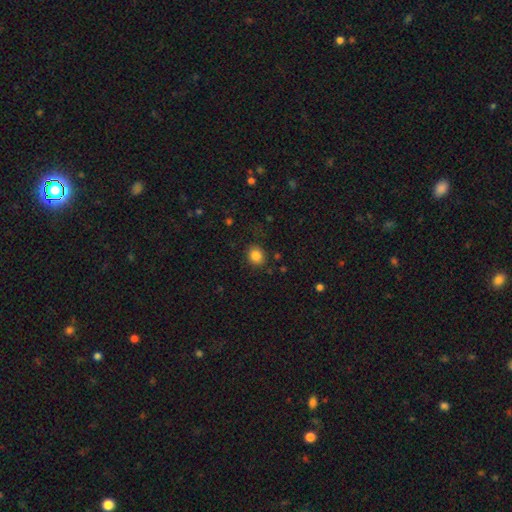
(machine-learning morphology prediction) A smooth galaxy with no disk features (84%) that is round (66%).

Vote fractions:
- Smooth or featured? smooth: 84% / star or artifact: 11% / featured or disk: 5%
- How rounded? round: 66% / in between: 33% / cigar-shaped: 1%
- Merging? none: 84% / minor disturbance: 11% / major disturbance: 3% / merger: 2%